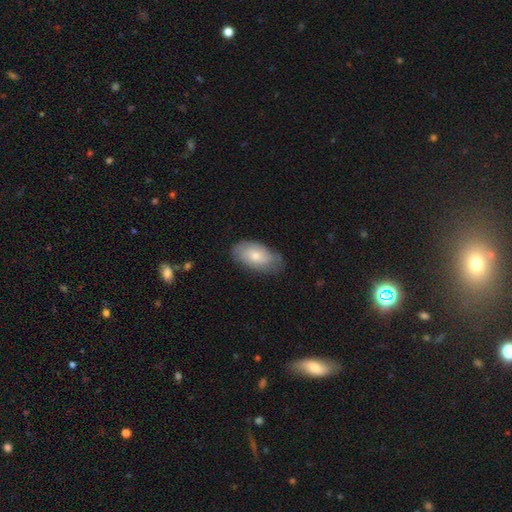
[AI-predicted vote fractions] smooth_or_featured: smooth (p=0.63) [alt: featured or disk p=0.32]
how_rounded: in between (p=0.93) [alt: round p=0.04]
merging: none (p=0.66) [alt: minor disturbance p=0.27]